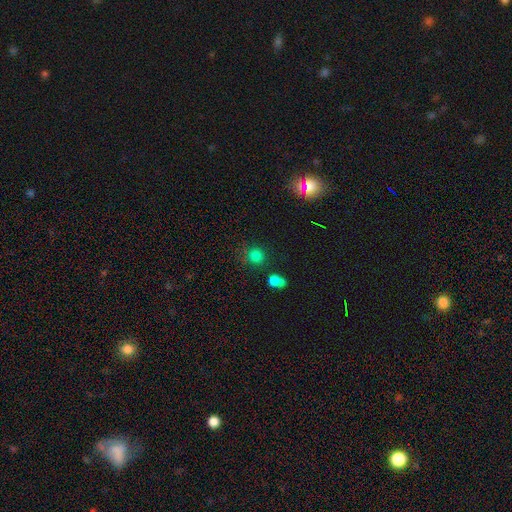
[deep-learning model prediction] smooth_or_featured: smooth (p=0.76) [alt: star or artifact p=0.17]
how_rounded: round (p=0.87) [alt: in between p=0.12]
merging: none (p=0.63) [alt: merger p=0.16]